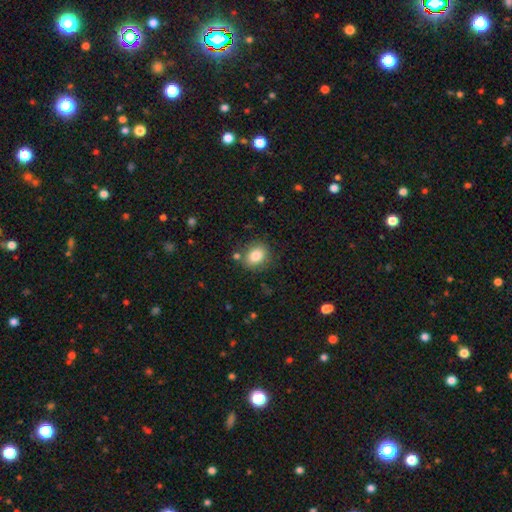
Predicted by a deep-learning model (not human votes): smooth 83%, star or artifact 10%, featured or disk 8%. Down the decision tree: how rounded — round (51%); merging — none (80%).